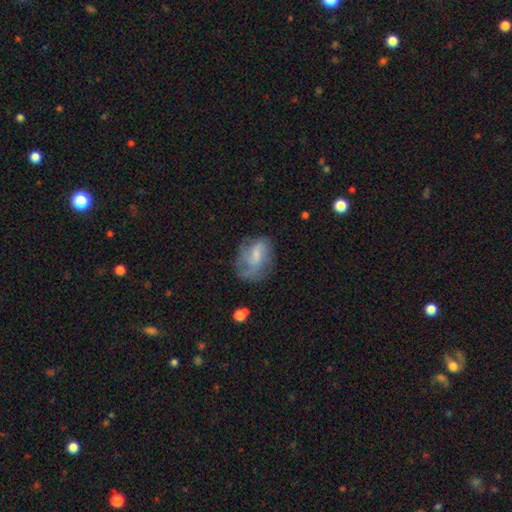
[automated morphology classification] This is possibly a featured or disk galaxy (46%, tied with smooth). Merging: possibly none (52%).